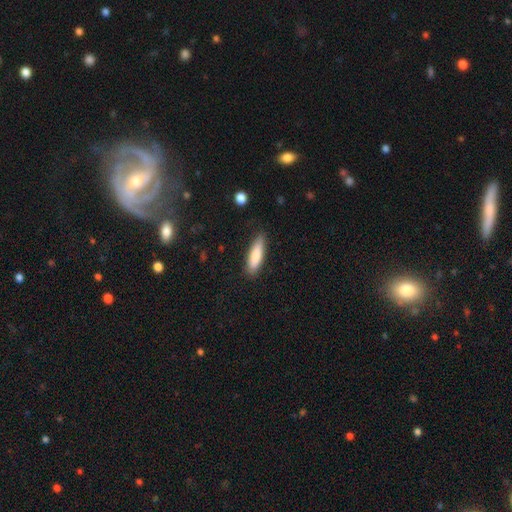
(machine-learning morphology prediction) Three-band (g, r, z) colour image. It shows a smooth galaxy with no disk features (81%) that is cigar-shaped (63%). Merging: none (83%).